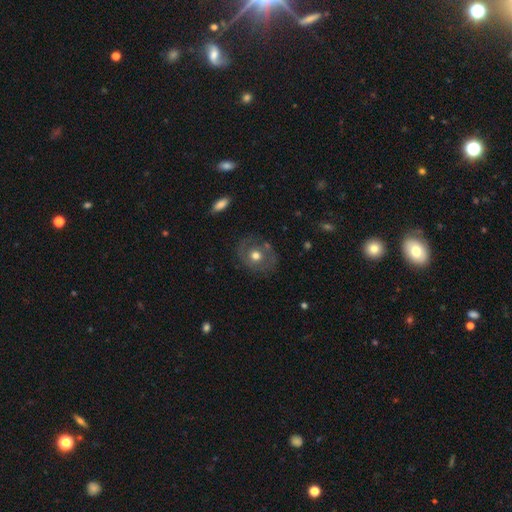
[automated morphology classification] The model was most divided on "smooth or featured": smooth: 48%, featured or disk: 43%, star or artifact: 9%. More confident: merging — none (72%).